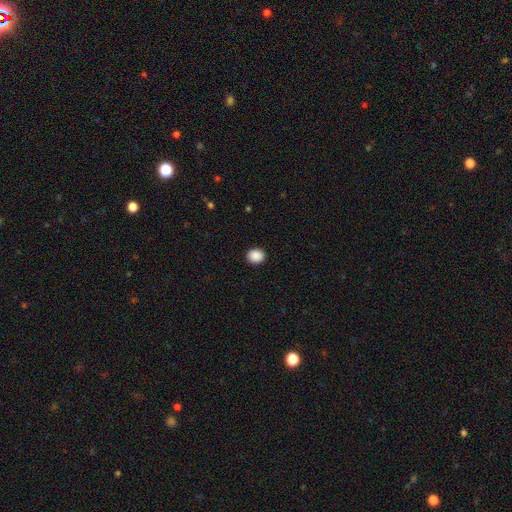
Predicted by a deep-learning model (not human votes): Smooth or featured: smooth — 89% (star or artifact — 8%)
How rounded: round — 68% (in between — 31%)
Merging: none — 92% (minor disturbance — 5%)